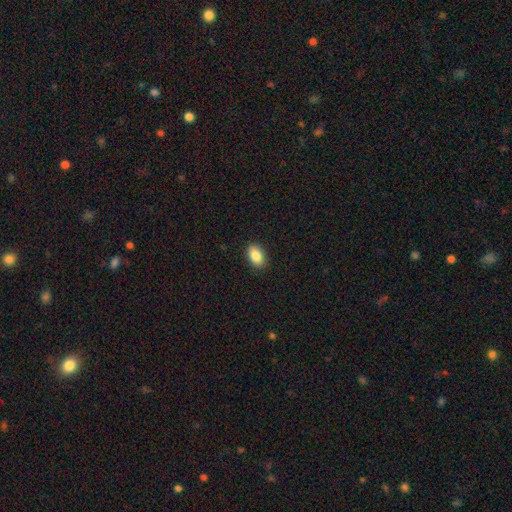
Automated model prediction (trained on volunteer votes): A smooth galaxy with no disk features (86%) that is in between round and cigar-shaped (88%).

Vote fractions:
- Smooth or featured? smooth: 86% / star or artifact: 8% / featured or disk: 6%
- How rounded? in between: 88% / round: 10% / cigar-shaped: 2%
- Merging? none: 90% / minor disturbance: 7% / major disturbance: 2% / merger: 1%